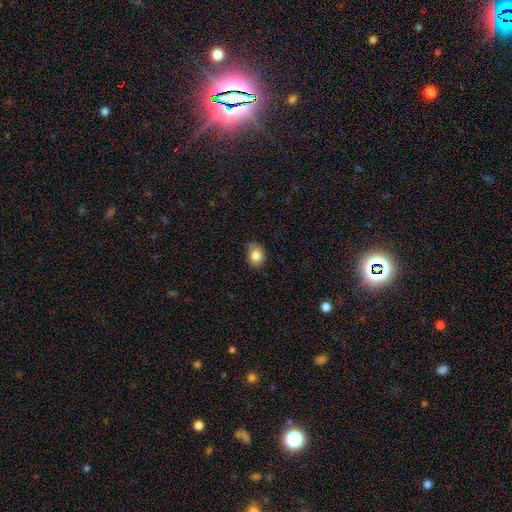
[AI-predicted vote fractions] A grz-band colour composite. It shows a smooth galaxy with no disk features (83%) that is round (50%). Merging: none (69%).